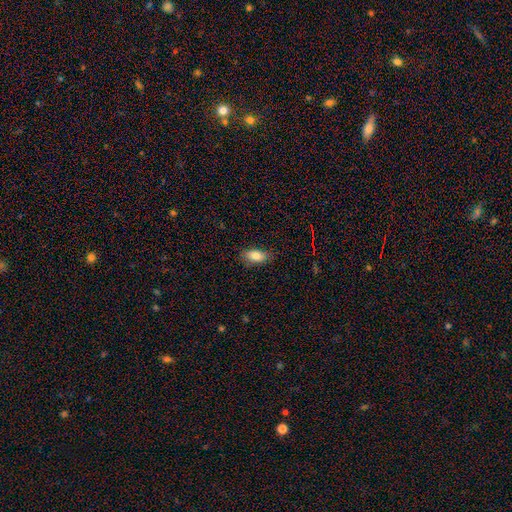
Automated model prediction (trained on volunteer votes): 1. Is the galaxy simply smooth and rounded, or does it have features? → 81% smooth, 11% featured or disk, 8% star or artifact.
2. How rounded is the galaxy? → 89% in between, 7% cigar-shaped, 4% round.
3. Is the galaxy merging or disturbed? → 82% none, 14% minor disturbance, 3% major disturbance, 1% merger.